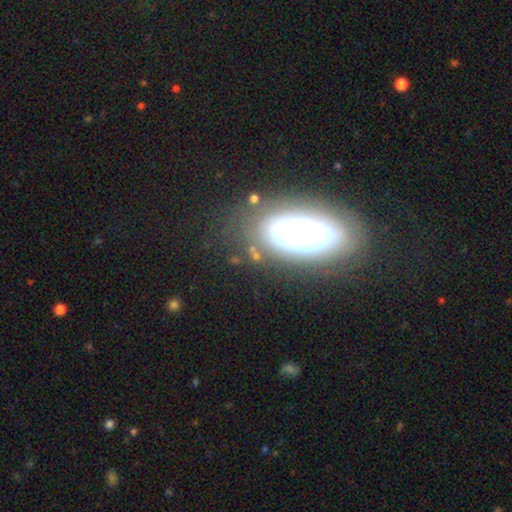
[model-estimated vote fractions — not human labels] This is possibly a featured or disk galaxy (50%). Merging: likely none (70%).